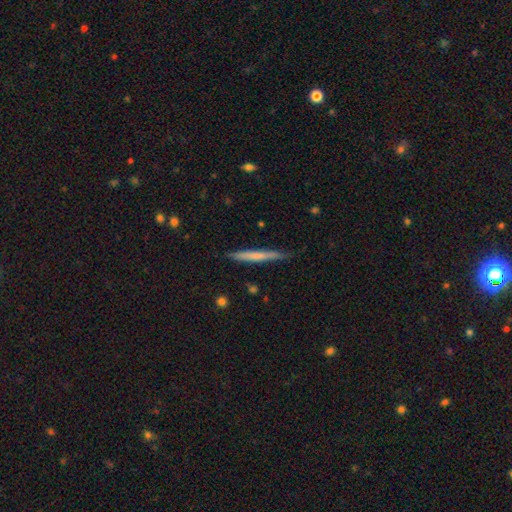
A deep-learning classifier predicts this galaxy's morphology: smooth 58%, featured or disk 37%, star or artifact 5%. Down the decision tree: how rounded — cigar-shaped (96%); merging — none (83%).